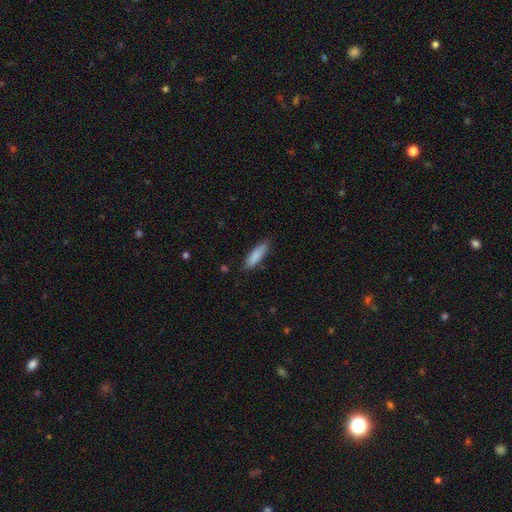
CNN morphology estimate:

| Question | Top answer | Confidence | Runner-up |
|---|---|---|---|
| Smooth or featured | smooth | 86% | featured or disk (8%) |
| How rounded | cigar-shaped | 61% | in between (38%) |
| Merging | none | 82% | minor disturbance (14%) |